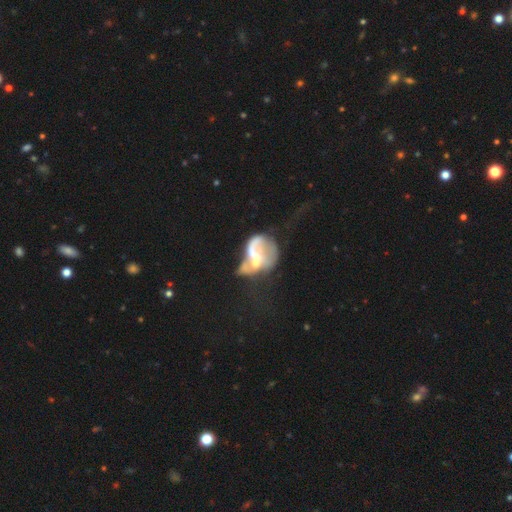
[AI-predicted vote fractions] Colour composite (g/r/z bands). It shows a featured or disk galaxy (64%) with no bar (69%), no spiral arms (58%) and a moderate central bulge (39%). Merging: merger (48%).